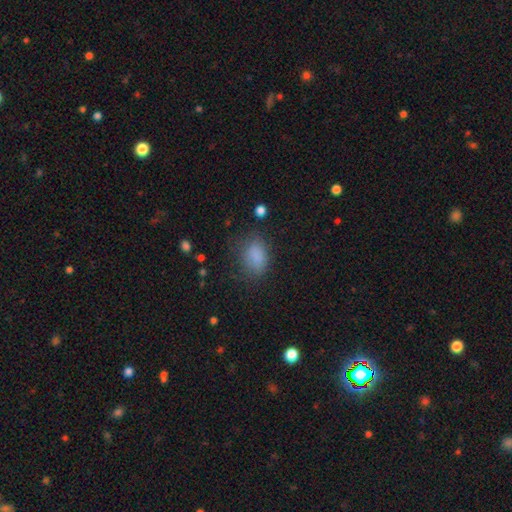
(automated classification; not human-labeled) smooth_or_featured: smooth (p=0.83) [alt: star or artifact p=0.11]
how_rounded: in between (p=0.79) [alt: round p=0.20]
merging: none (p=0.68) [alt: minor disturbance p=0.21]